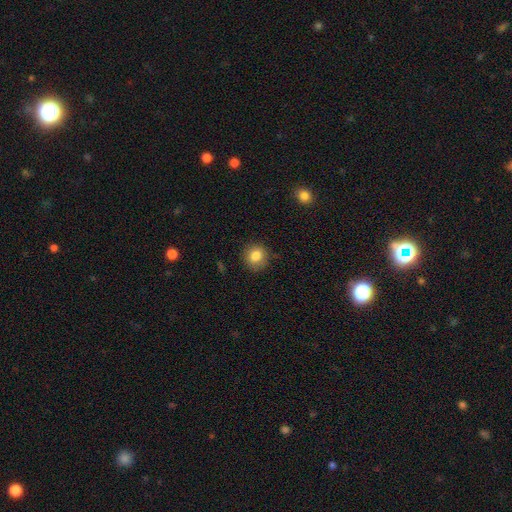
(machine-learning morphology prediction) Overall: smooth (84%). How rounded: round (85%). Merging: none (84%).